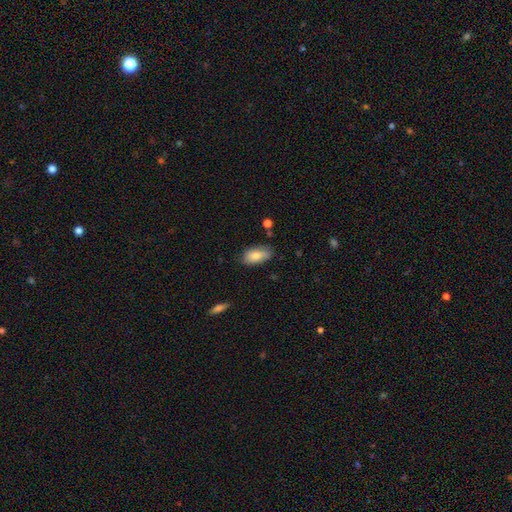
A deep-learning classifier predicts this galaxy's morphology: This appears to be a smooth galaxy with no disk features (83%) that is in between round and cigar-shaped (91%). Merging: none (74%).